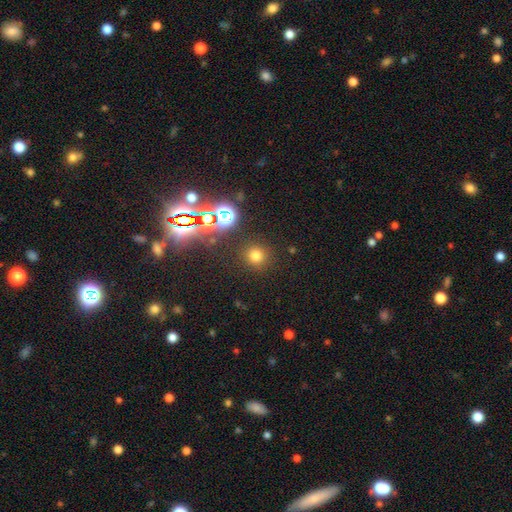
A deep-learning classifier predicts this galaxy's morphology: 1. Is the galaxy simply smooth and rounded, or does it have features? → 71% smooth, 23% star or artifact, 6% featured or disk.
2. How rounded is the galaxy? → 92% round, 7% in between, 1% cigar-shaped.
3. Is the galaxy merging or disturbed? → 88% none, 7% minor disturbance, 3% major disturbance, 3% merger.